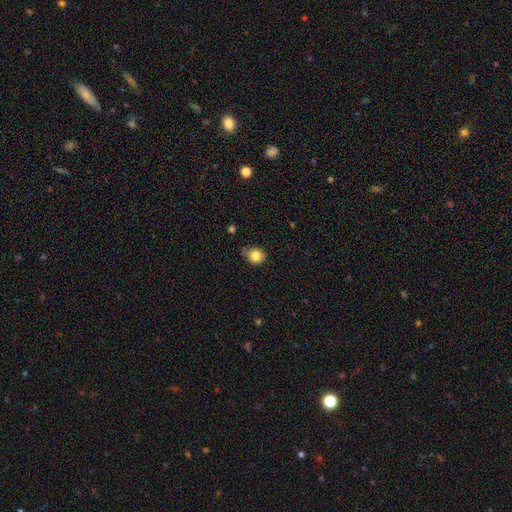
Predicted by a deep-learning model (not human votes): A smooth galaxy with no disk features (82%) that is round (71%).

Vote fractions:
- Smooth or featured? smooth: 82% / star or artifact: 11% / featured or disk: 8%
- How rounded? round: 71% / in between: 28% / cigar-shaped: 1%
- Merging? none: 63% / minor disturbance: 30% / major disturbance: 5% / merger: 2%